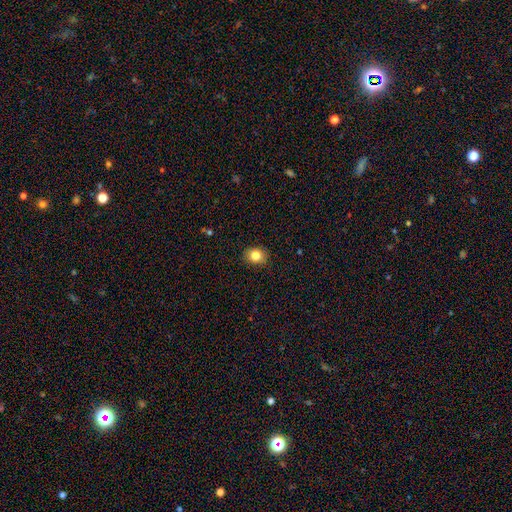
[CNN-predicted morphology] smooth_or_featured: smooth (p=0.83) [alt: star or artifact p=0.10]
how_rounded: round (p=0.63) [alt: in between p=0.36]
merging: none (p=0.88) [alt: minor disturbance p=0.09]